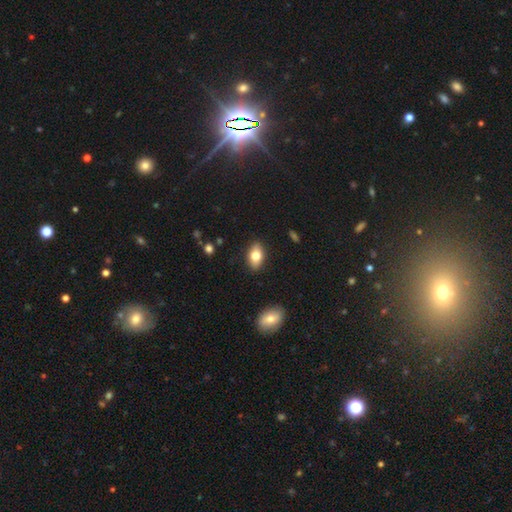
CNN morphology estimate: A smooth galaxy with no disk features (77%) that is in between round and cigar-shaped (89%).

Vote fractions:
- Smooth or featured? smooth: 77% / featured or disk: 16% / star or artifact: 8%
- How rounded? in between: 89% / round: 8% / cigar-shaped: 3%
- Merging? none: 88% / minor disturbance: 9% / major disturbance: 2% / merger: 1%